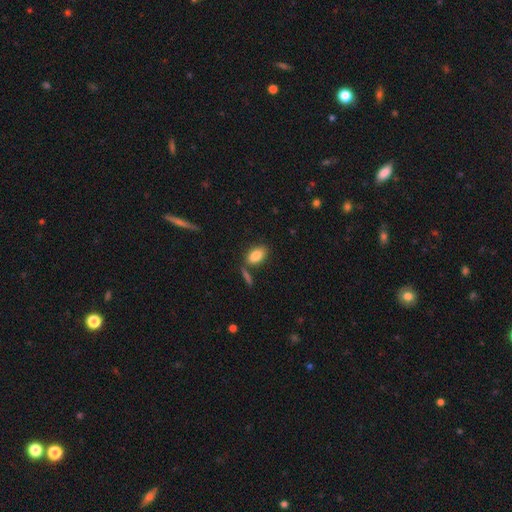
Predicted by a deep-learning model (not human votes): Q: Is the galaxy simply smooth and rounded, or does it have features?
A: smooth — 84%.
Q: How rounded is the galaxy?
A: in between — 90%.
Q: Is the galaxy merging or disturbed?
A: none — 70%.